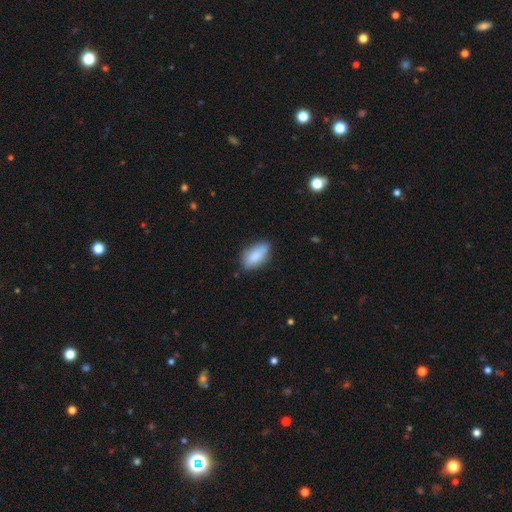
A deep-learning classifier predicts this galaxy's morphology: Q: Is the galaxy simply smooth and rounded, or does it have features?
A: smooth — 85%.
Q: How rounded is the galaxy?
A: in between — 89%.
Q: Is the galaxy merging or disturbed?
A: none — 74%.